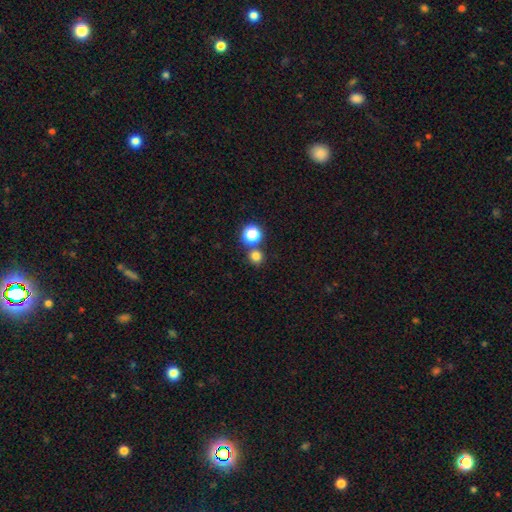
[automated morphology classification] Smooth or featured? Predicted: smooth (p=0.76). How rounded? Predicted: round (p=0.90). Merging? Predicted: none (p=0.74).